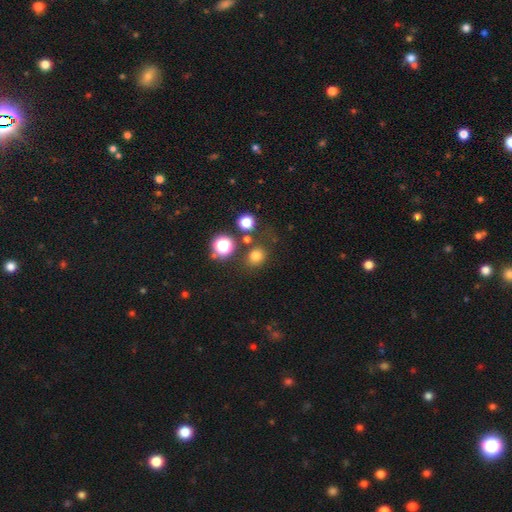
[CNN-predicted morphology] Smooth or featured? Predicted: smooth (p=0.74). How rounded? Predicted: round (p=0.76). Merging? Predicted: none (p=0.75).